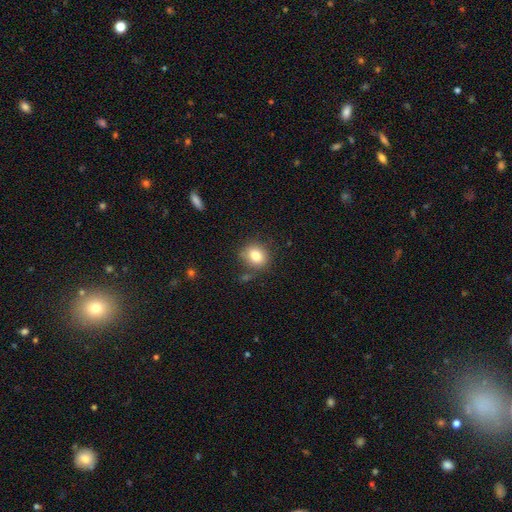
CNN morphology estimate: Smooth or featured? Predicted: smooth (p=0.81). How rounded? Predicted: round (p=0.70). Merging? Predicted: none (p=0.78).